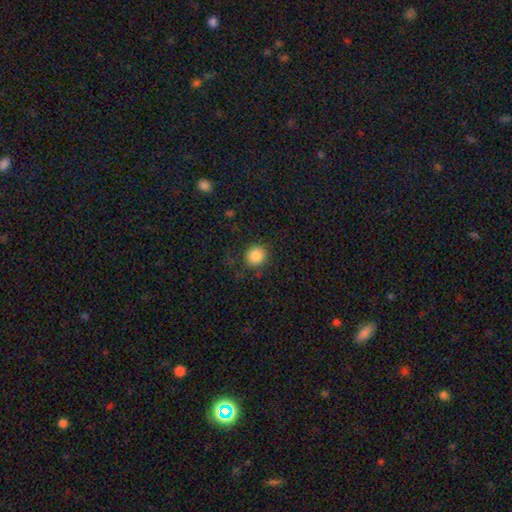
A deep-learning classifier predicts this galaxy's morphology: This is clearly a smooth galaxy (86%). How rounded: clearly round (89%). Merging: clearly none (85%).